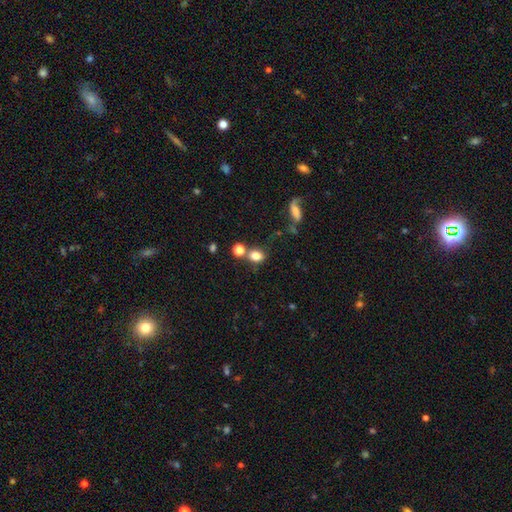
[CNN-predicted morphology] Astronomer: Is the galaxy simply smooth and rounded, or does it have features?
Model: smooth — 79%.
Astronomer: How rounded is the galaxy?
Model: in between — 54% (runner-up: round, 44%).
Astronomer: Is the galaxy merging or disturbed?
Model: none — 56%.